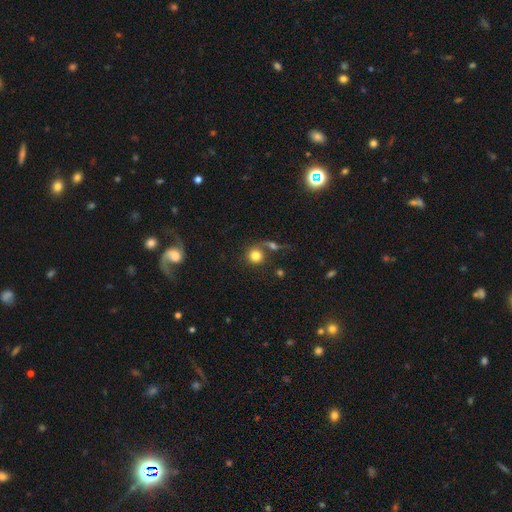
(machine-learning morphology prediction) Smooth or featured? Predicted: smooth (p=0.78). How rounded? Predicted: round (p=0.90). Merging? Predicted: none (p=0.56).